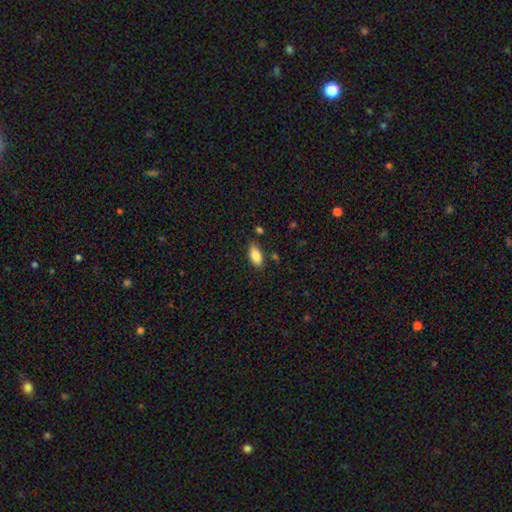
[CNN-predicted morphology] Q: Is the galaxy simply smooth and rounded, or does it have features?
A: smooth — 85%.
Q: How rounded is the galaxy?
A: in between — 89%.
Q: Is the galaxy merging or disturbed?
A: none — 81%.